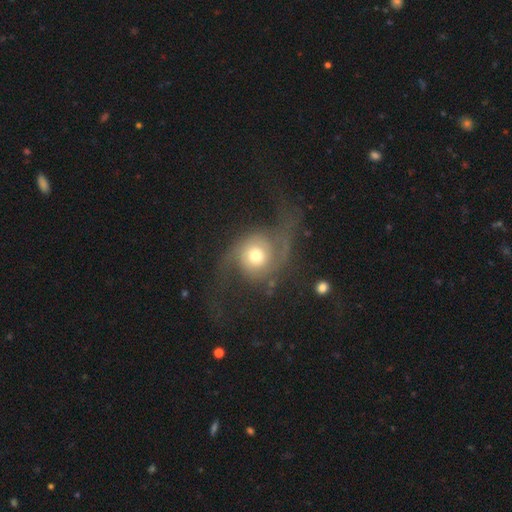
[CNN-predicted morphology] A featured or disk galaxy (67%) with no bar (76%), 2 (82%) loose (62%) spiral arms (86%) and a moderate central bulge (62%). Merging: major disturbance (40%, tied with none).